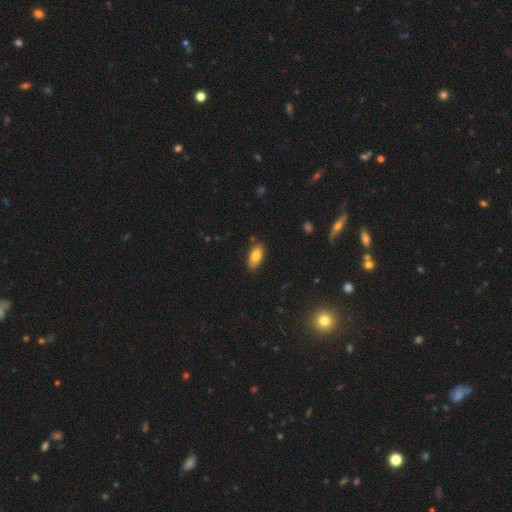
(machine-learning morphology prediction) A smooth galaxy with no disk features (79%) that is in between round and cigar-shaped (89%).

Vote fractions:
- Smooth or featured? smooth: 79% / featured or disk: 13% / star or artifact: 8%
- How rounded? in between: 89% / cigar-shaped: 8% / round: 3%
- Merging? none: 82% / minor disturbance: 14% / major disturbance: 2% / merger: 2%